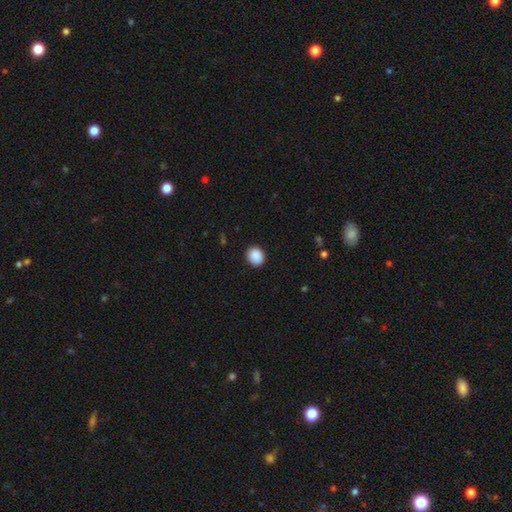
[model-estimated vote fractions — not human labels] This appears to be a smooth galaxy with no disk features (90%) that is round (74%). Merging: none (90%).